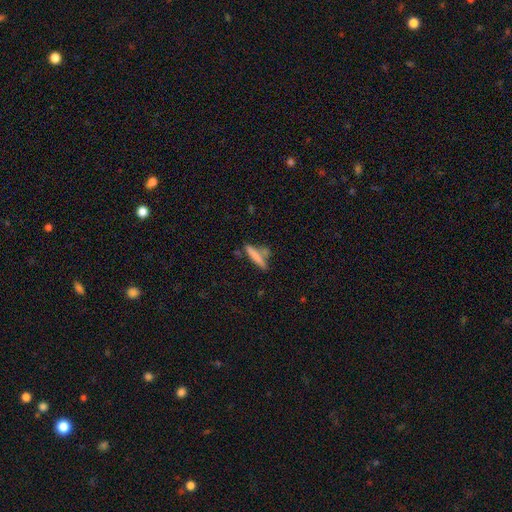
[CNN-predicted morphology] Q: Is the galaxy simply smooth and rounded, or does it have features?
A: smooth — 72%.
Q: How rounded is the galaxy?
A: cigar-shaped — 89%.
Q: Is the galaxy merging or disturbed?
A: none — 63%.